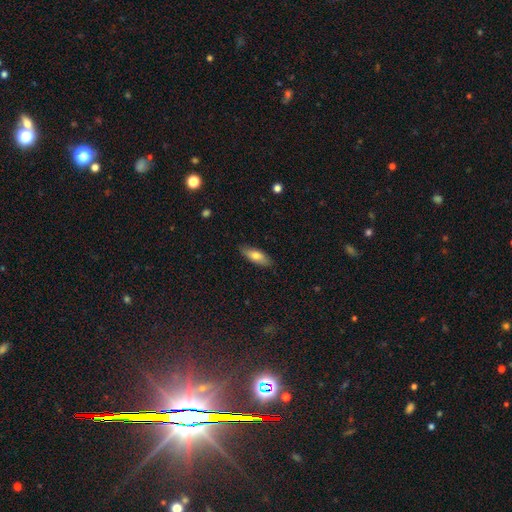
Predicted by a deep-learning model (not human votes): Smooth or featured? Predicted: smooth (p=0.73). How rounded? Predicted: in between (p=0.67). Merging? Predicted: none (p=0.85).